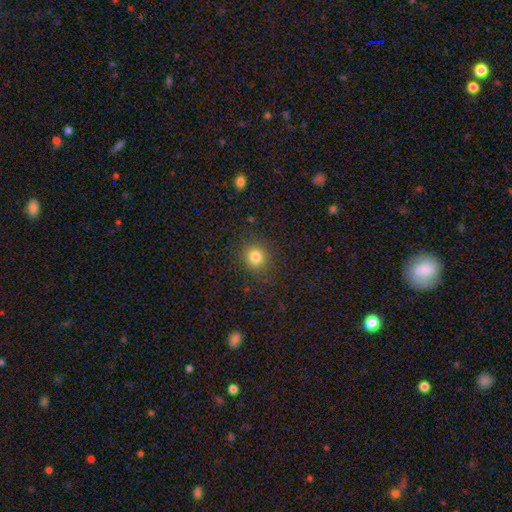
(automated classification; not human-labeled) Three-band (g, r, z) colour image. It shows a smooth galaxy with no disk features (81%) that is round (87%). Merging: none (87%).